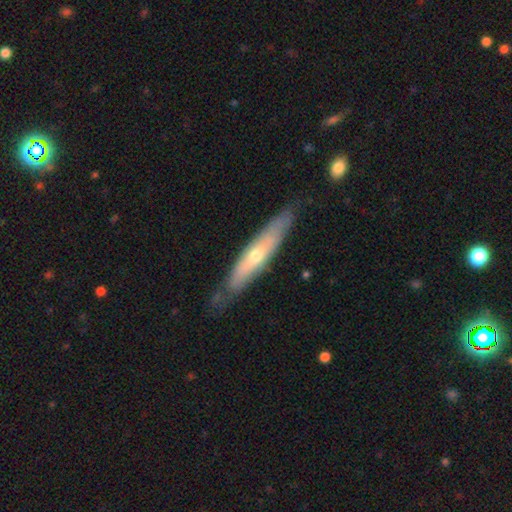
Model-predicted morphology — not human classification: featured or disk 60%, smooth 34%, star or artifact 6%. Down the decision tree: edge-on disk — yes (68%); merging — none (77%).